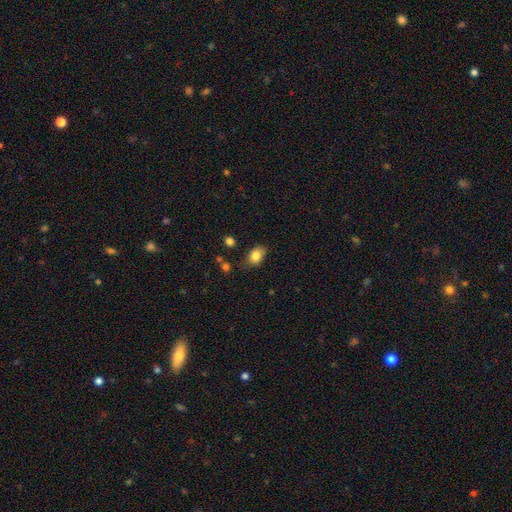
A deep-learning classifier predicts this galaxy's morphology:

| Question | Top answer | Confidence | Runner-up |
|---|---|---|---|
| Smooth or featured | smooth | 83% | star or artifact (9%) |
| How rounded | in between | 78% | round (21%) |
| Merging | none | 73% | minor disturbance (20%) |